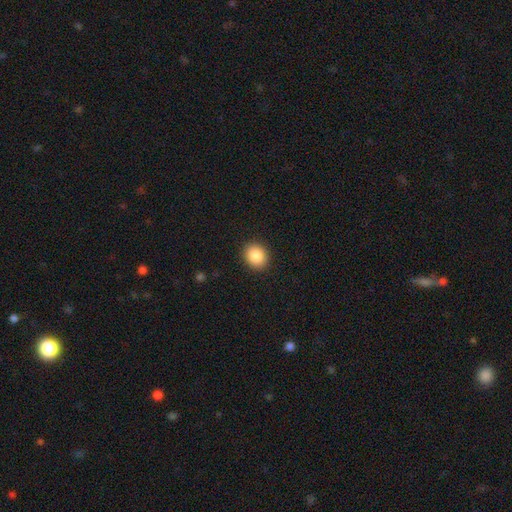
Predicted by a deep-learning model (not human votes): Smooth or featured?
  - smooth: 88% *
  - star or artifact: 8%
  - featured or disk: 4%
How rounded?
  - round: 72% *
  - in between: 27%
  - cigar-shaped: 1%
Merging?
  - none: 91% *
  - minor disturbance: 6%
  - major disturbance: 2%
  - merger: 1%